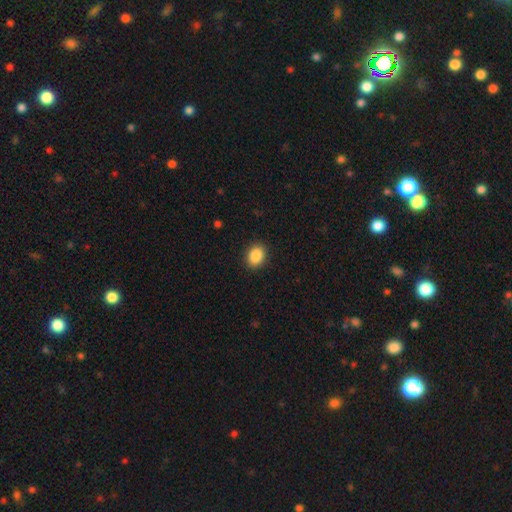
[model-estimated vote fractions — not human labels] Overall: smooth (88%). How rounded: in between (61%; round 38%). Merging: none (89%).